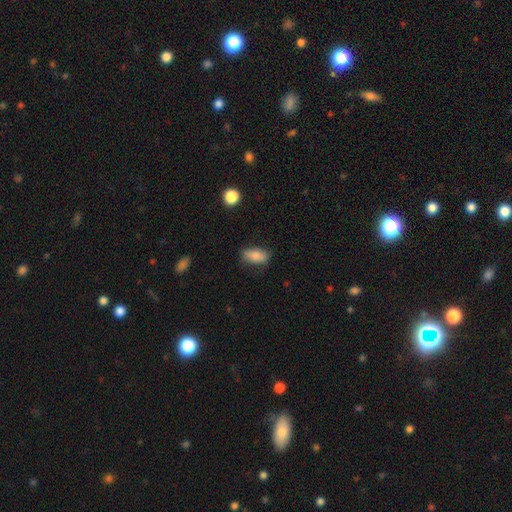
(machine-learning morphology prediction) Overall: smooth (80%). How rounded: in between (87%). Merging: none (75%).